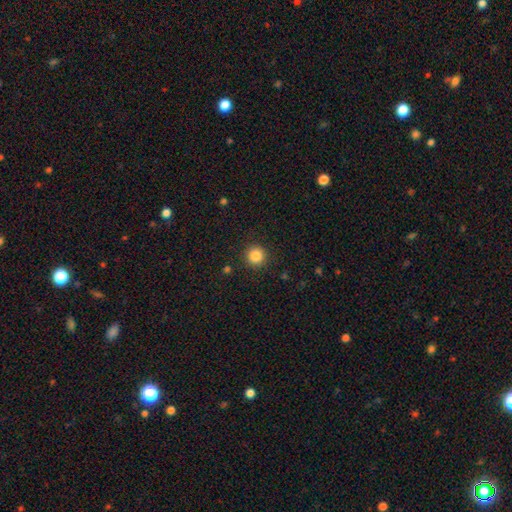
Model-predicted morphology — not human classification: type=smooth (86%); roundness=round (95%); merging=none (91%).